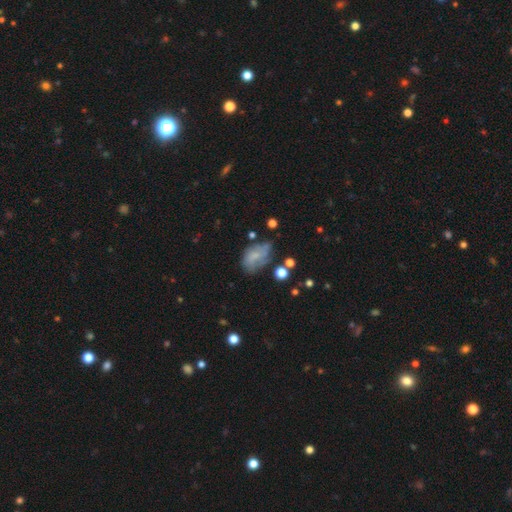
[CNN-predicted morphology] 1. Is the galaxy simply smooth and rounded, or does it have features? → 56% smooth, 33% featured or disk, 11% star or artifact.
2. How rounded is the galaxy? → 86% in between, 12% round, 2% cigar-shaped.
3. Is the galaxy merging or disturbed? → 39% none, 33% minor disturbance, 21% major disturbance, 7% merger.